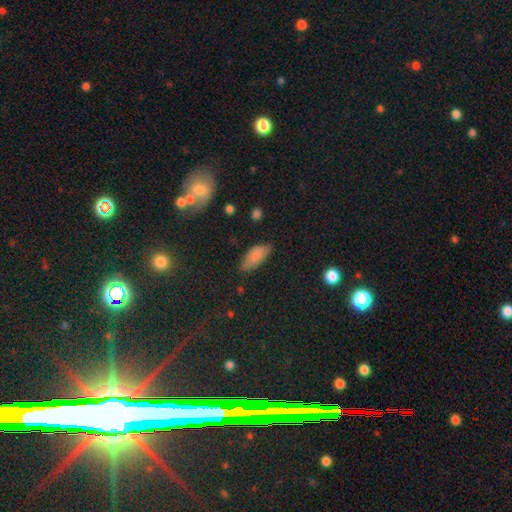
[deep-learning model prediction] This is likely a smooth galaxy (78%). How rounded: clearly in between (87%). Merging: likely none (71%).